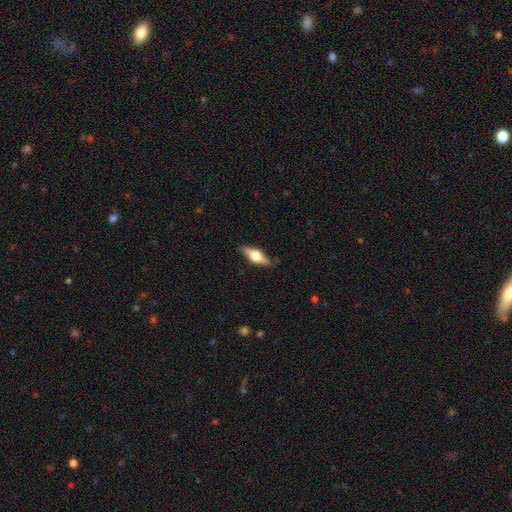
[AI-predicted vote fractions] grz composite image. It shows a featured or disk galaxy (58%) viewed edge-on (94%) with a rounded central bulge (94%). Merging: none (85%).